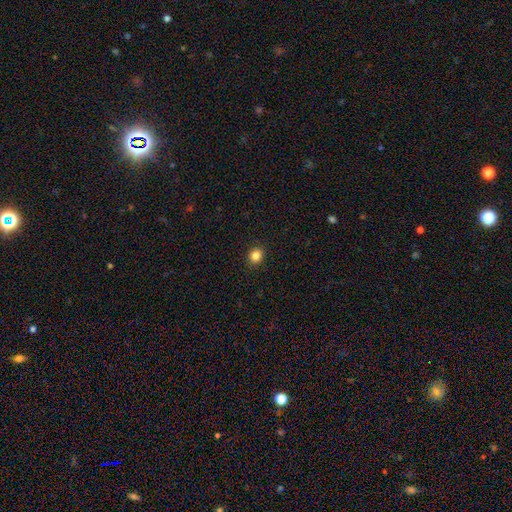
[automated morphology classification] Overall: smooth (84%). How rounded: round (72%). Merging: none (91%).